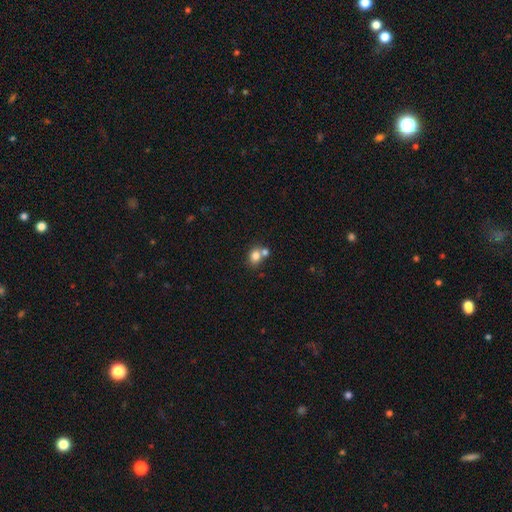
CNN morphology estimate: The model was most divided on "merging": none: 49%, merger: 38%, minor disturbance: 9%, major disturbance: 3%. More confident: smooth or featured — smooth (80%); how rounded — round (56%).